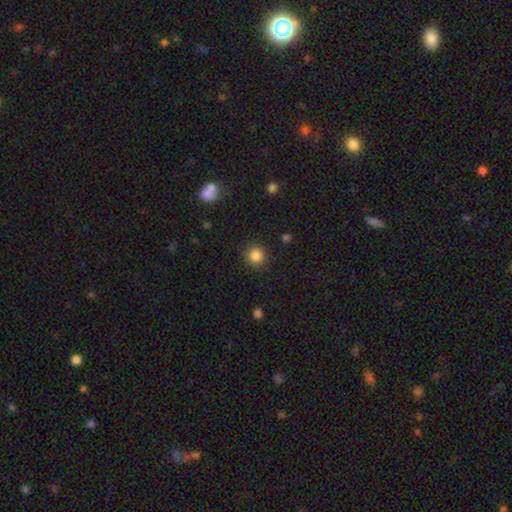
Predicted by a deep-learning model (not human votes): Overall: smooth (85%). How rounded: round (92%). Merging: none (88%).